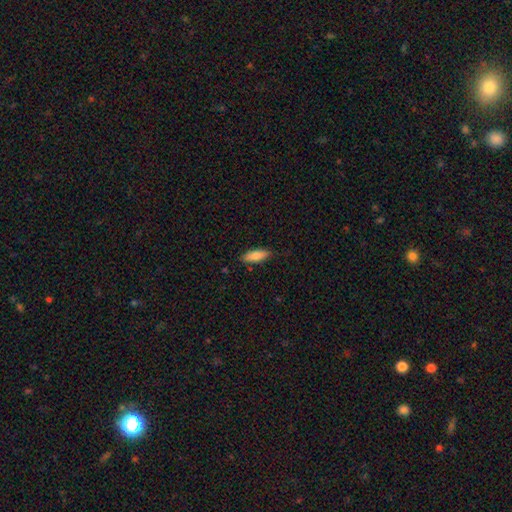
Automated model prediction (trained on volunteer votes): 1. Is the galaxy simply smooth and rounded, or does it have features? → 81% smooth, 13% featured or disk, 6% star or artifact.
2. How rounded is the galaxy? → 61% in between, 37% cigar-shaped, 2% round.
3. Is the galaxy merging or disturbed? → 82% none, 14% minor disturbance, 2% major disturbance, 1% merger.